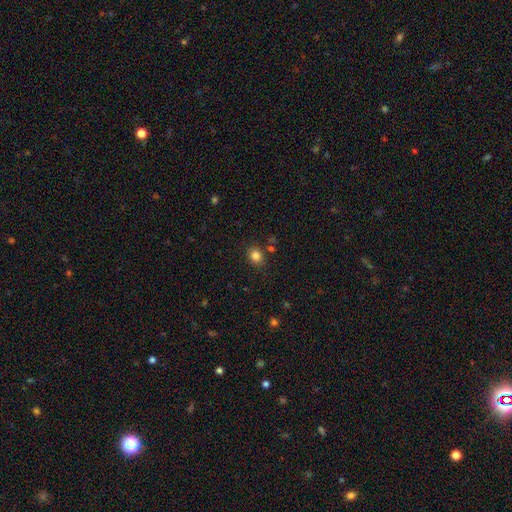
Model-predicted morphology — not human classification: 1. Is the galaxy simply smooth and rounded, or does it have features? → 83% smooth, 12% star or artifact, 5% featured or disk.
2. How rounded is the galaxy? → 60% round, 39% in between, 1% cigar-shaped.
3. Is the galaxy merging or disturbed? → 84% none, 10% minor disturbance, 4% merger, 3% major disturbance.